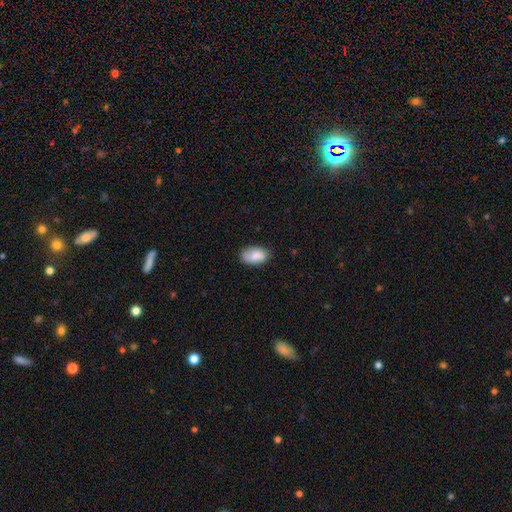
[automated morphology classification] A smooth galaxy with no disk features (79%) that is in between round and cigar-shaped (92%).

Vote fractions:
- Smooth or featured? smooth: 79% / featured or disk: 14% / star or artifact: 7%
- How rounded? in between: 92% / round: 7% / cigar-shaped: 2%
- Merging? none: 74% / minor disturbance: 20% / major disturbance: 4% / merger: 2%